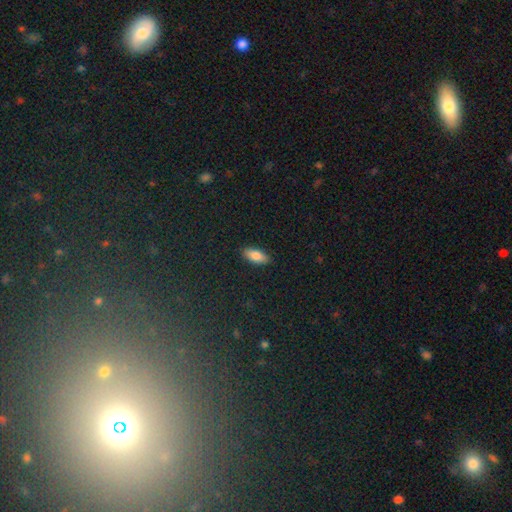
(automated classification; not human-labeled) smooth-or-featured: smooth: 84% | featured or disk: 10% | star or artifact: 7%
  how-rounded: in between: 83% | cigar-shaped: 14% | round: 2%
  merging: none: 88% | minor disturbance: 9% | major disturbance: 2% | merger: 1%